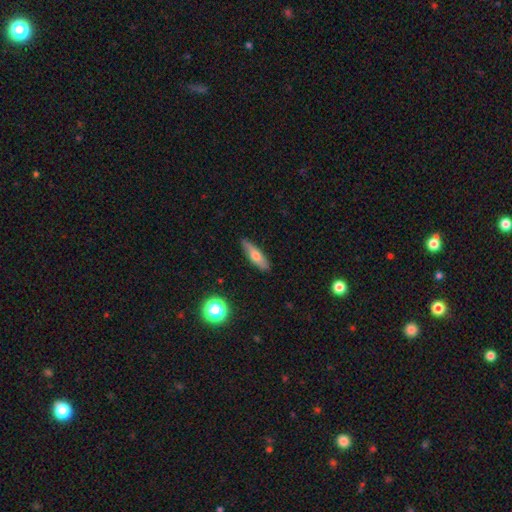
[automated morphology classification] smooth_or_featured: smooth (p=0.63) [alt: featured or disk p=0.29]
how_rounded: cigar-shaped (p=0.61) [alt: in between p=0.36]
merging: none (p=0.85) [alt: minor disturbance p=0.12]